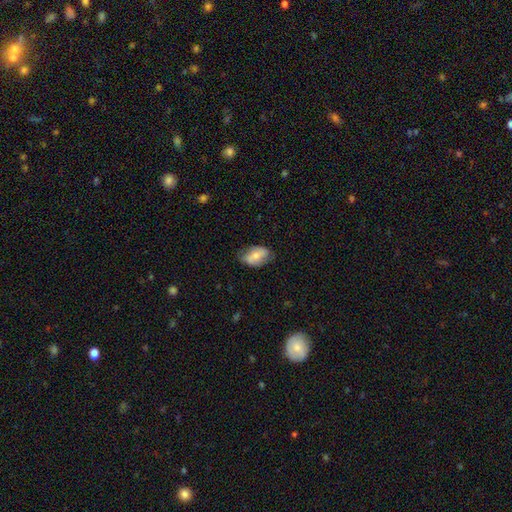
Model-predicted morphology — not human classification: Q: Smooth or featured?
A: smooth (64%); runner-up: featured or disk (29%)
Q: How rounded?
A: in between (90%); runner-up: round (8%)
Q: Merging?
A: none (67%); runner-up: minor disturbance (26%)